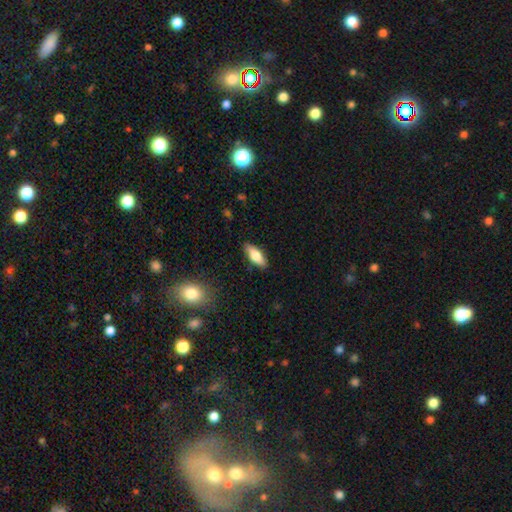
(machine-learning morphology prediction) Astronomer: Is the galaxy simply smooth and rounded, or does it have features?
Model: smooth — 70%.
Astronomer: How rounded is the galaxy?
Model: in between — 71%.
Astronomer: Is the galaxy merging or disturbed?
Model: none — 86%.